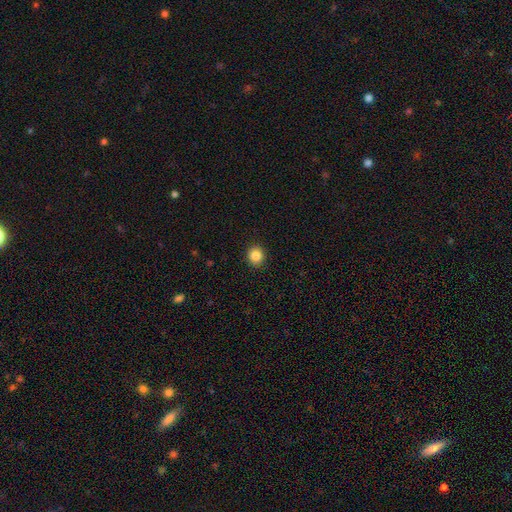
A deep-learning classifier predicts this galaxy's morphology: This is clearly a smooth galaxy (86%). How rounded: clearly round (87%). Merging: clearly none (92%).